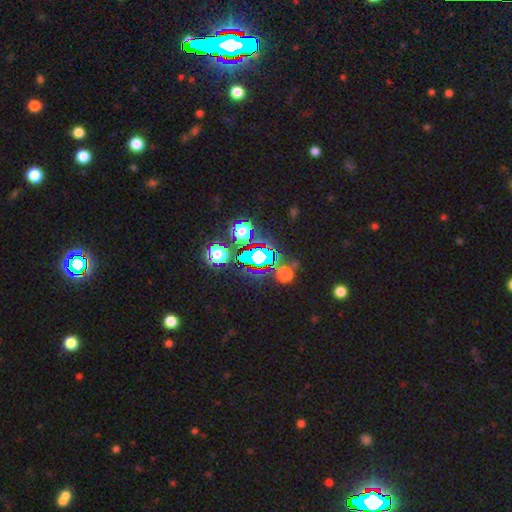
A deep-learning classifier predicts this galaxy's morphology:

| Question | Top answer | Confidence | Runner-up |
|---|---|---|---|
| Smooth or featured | star or artifact | 79% | smooth (13%) |